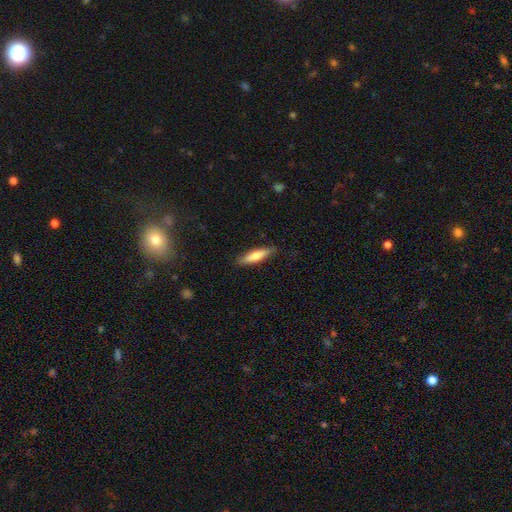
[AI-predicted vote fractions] Overall: smooth (70%). How rounded: cigar-shaped (75%). Merging: none (86%).